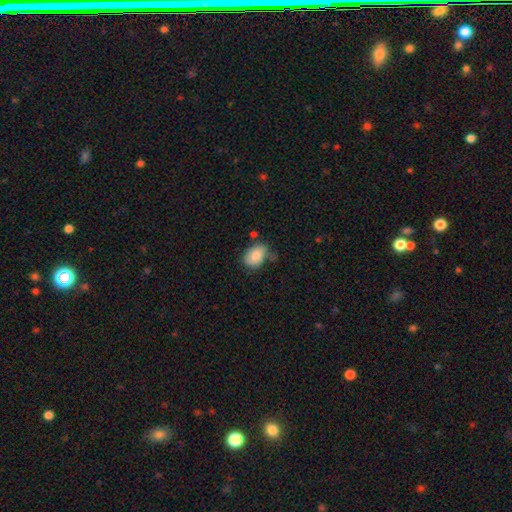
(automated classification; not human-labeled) smooth_or_featured: smooth (p=0.83) [alt: featured or disk p=0.10]
how_rounded: in between (p=0.81) [alt: round p=0.17]
merging: none (p=0.59) [alt: minor disturbance p=0.28]